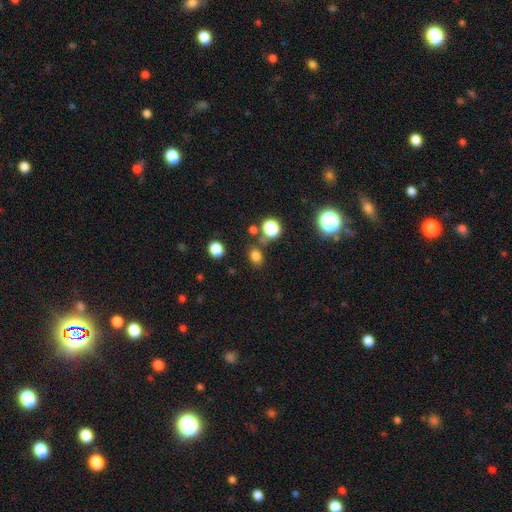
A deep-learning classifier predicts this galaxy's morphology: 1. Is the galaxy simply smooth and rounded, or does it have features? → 76% smooth, 18% star or artifact, 5% featured or disk.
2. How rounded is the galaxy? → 50% in between, 49% round, 1% cigar-shaped.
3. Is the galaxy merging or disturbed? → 74% none, 12% minor disturbance, 9% merger, 5% major disturbance.